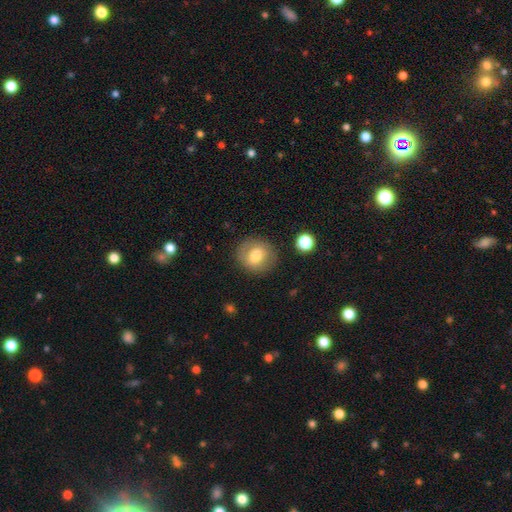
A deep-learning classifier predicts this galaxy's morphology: A smooth galaxy with no disk features (70%) that is round (85%).

Vote fractions:
- Smooth or featured? smooth: 70% / featured or disk: 21% / star or artifact: 9%
- How rounded? round: 85% / in between: 14% / cigar-shaped: 1%
- Merging? none: 85% / minor disturbance: 10% / major disturbance: 3% / merger: 2%